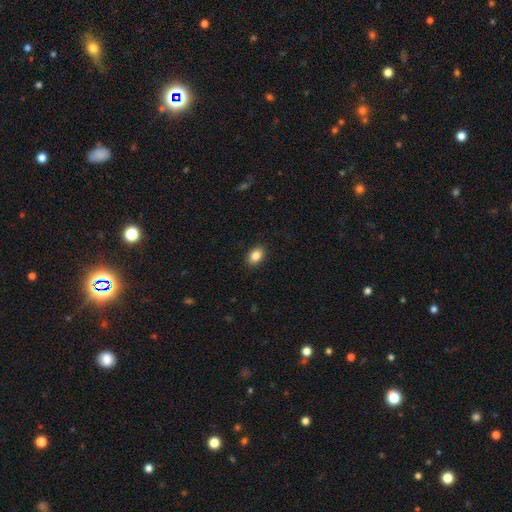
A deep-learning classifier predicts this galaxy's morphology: Smooth or featured?
  - smooth: 87% *
  - star or artifact: 8%
  - featured or disk: 5%
How rounded?
  - in between: 84% *
  - round: 15%
  - cigar-shaped: 1%
Merging?
  - none: 89% *
  - minor disturbance: 8%
  - major disturbance: 2%
  - merger: 1%